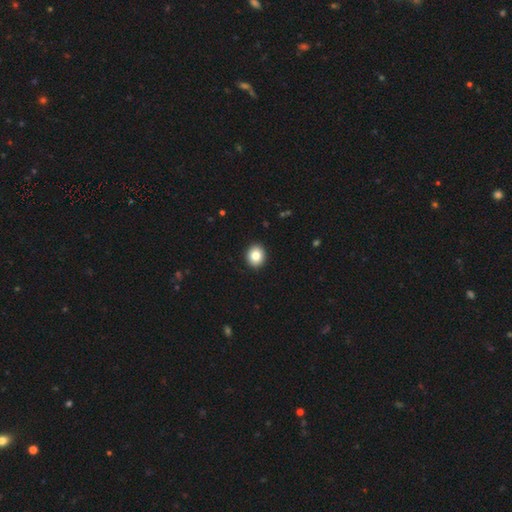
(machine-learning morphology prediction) This is clearly a smooth galaxy (83%). How rounded: likely round (73%). Merging: clearly none (93%).